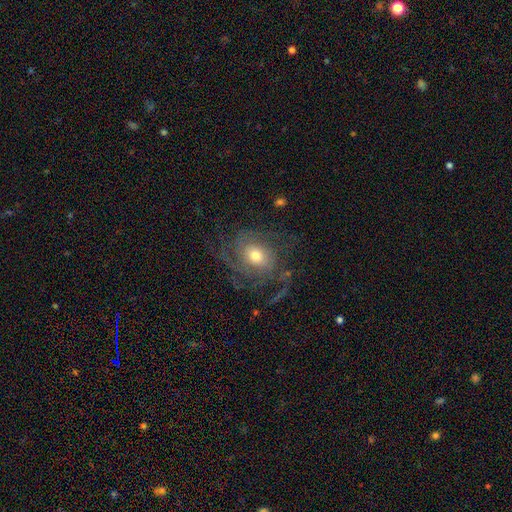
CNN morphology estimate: smooth-or-featured: featured or disk: 76% | smooth: 15% | star or artifact: 8%
  disk-edge-on: no: 97% | yes: 3%
    bar: no: 74% | weak: 21% | strong: 5%
    has-spiral-arms: yes: 89% | no: 11%
      spiral-winding: tight: 43% | medium: 38% | loose: 19%
      spiral-arm-count: can't tell: 31% | 3: 23% | 2: 20% | 4: 12% | 1: 7% | more than 4: 7%
    bulge-size: moderate: 63% | small: 25% | large: 9% | dominant: 1% | none: 1%
  merging: none: 63% | major disturbance: 19% | minor disturbance: 17% | merger: 2%